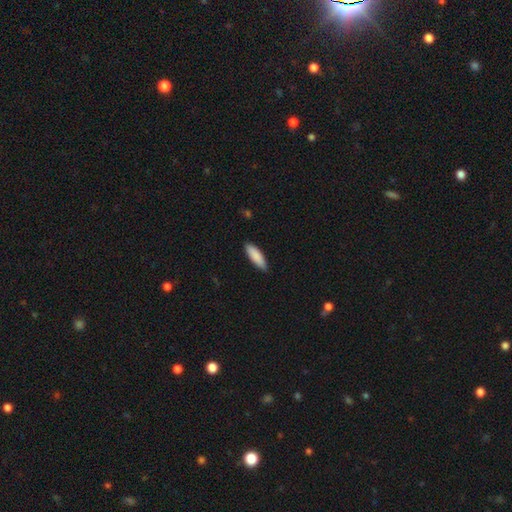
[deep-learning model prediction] Q: Smooth or featured?
A: smooth (88%); runner-up: featured or disk (6%)
Q: How rounded?
A: in between (52%); runner-up: cigar-shaped (47%)
Q: Merging?
A: none (86%); runner-up: minor disturbance (11%)